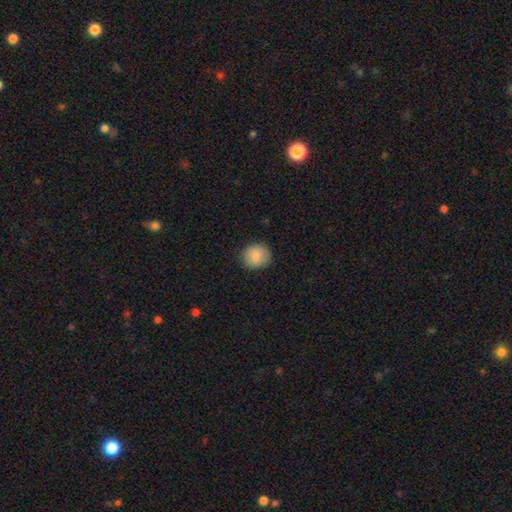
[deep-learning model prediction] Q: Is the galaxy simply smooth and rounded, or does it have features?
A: smooth — 87%.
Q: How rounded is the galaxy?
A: round — 88%.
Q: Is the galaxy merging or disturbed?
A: none — 88%.